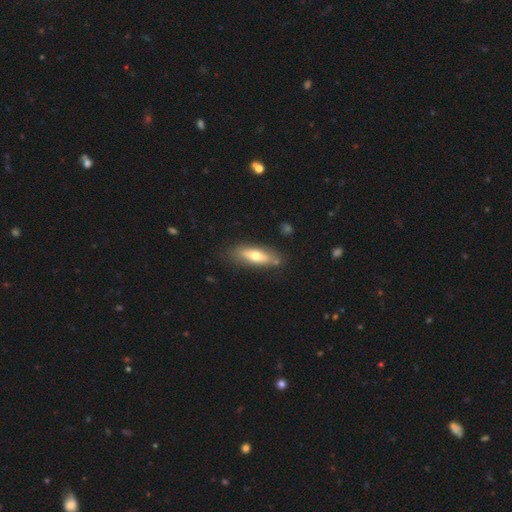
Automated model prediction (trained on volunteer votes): Morphology: type=smooth (58%); roundness=in between (53%); merging=none (78%).